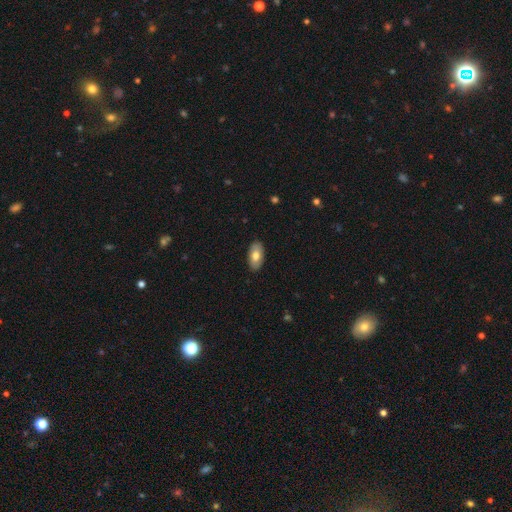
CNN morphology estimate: Smooth or featured? smooth (73%)
How rounded? in between (94%)
Merging? none (89%)